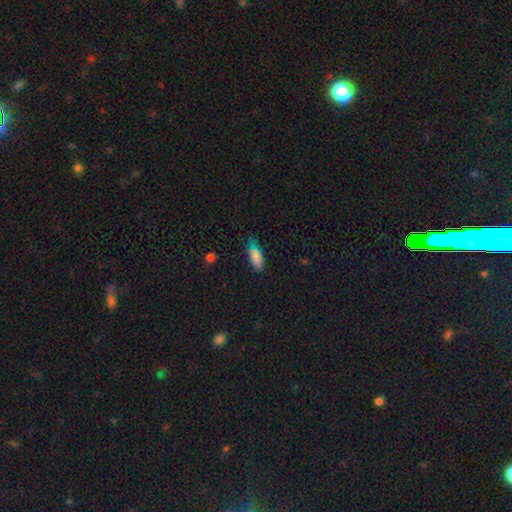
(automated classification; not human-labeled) smooth 82%, star or artifact 9%, featured or disk 9%. Down the decision tree: how rounded — in between (76%); merging — none (59%).